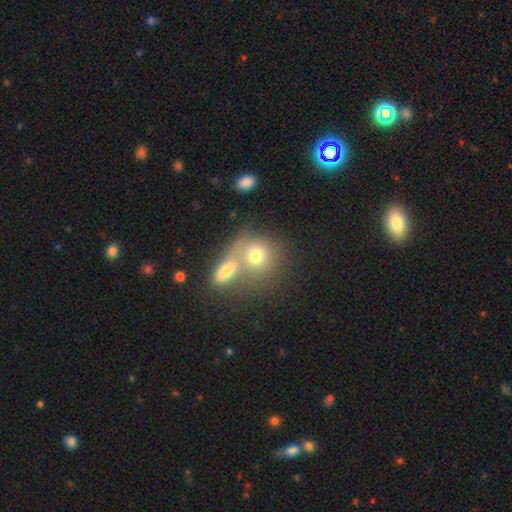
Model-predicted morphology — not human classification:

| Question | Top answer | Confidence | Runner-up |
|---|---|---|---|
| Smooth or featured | smooth | 71% | featured or disk (18%) |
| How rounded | round | 75% | in between (23%) |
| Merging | merger | 52% | none (35%) |